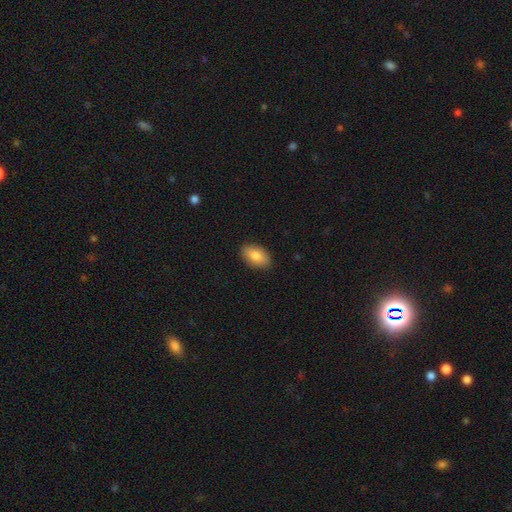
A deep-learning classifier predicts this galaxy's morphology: Overall: smooth (82%). How rounded: in between (91%). Merging: none (88%).